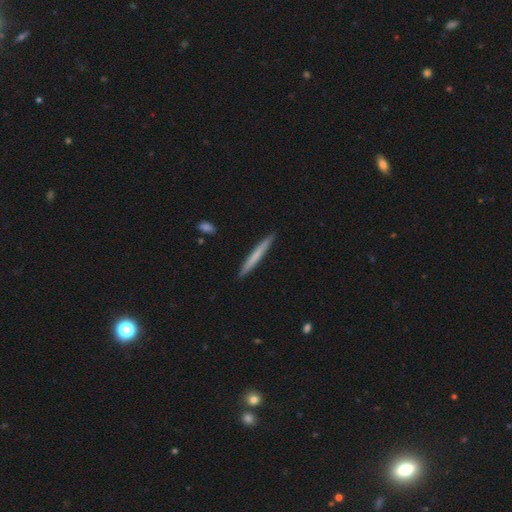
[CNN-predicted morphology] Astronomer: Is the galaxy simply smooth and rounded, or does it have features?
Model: smooth — 62%.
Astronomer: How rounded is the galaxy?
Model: cigar-shaped — 97%.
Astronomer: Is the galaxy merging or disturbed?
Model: none — 91%.